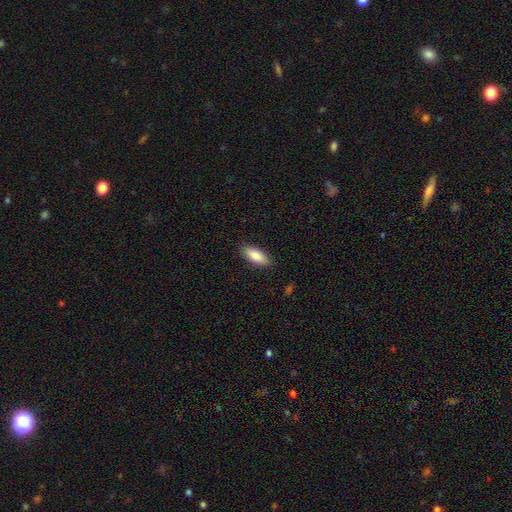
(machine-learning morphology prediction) The model was most divided on "how rounded": in between: 80%, cigar-shaped: 19%, round: 2%. More confident: merging — none (87%); smooth or featured — smooth (85%).